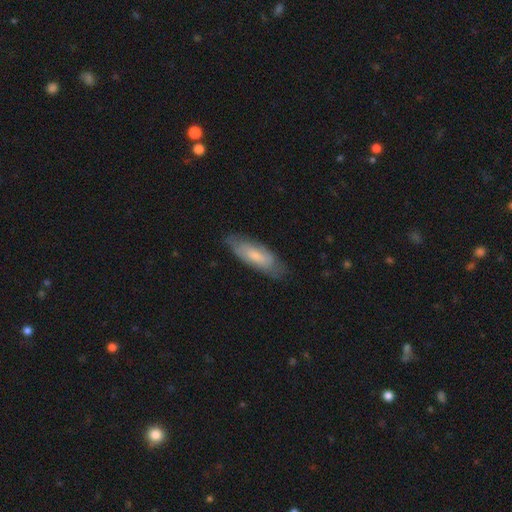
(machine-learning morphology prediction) type=smooth (57%); roundness=in between (61%); merging=none (76%).